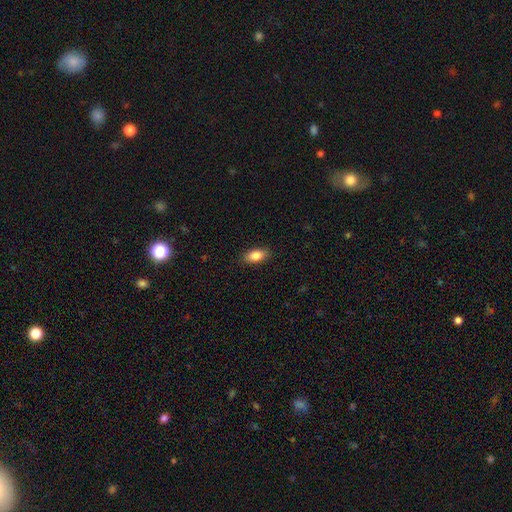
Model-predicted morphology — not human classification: smooth_or_featured: smooth (p=0.85) [alt: featured or disk p=0.08]
how_rounded: in between (p=0.89) [alt: cigar-shaped p=0.06]
merging: none (p=0.88) [alt: minor disturbance p=0.09]